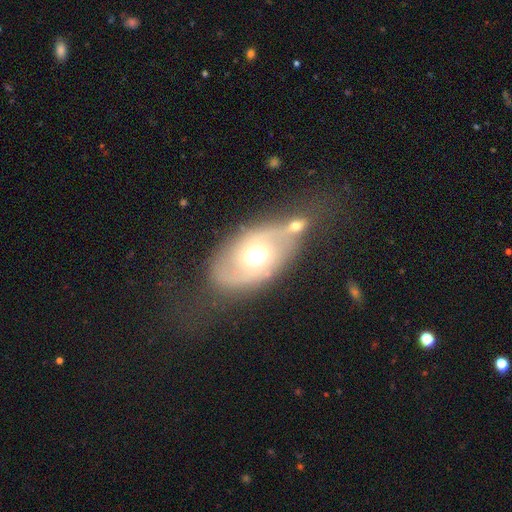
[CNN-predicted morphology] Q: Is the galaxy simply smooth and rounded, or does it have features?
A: featured or disk — 53%.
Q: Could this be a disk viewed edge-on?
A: no — 91%.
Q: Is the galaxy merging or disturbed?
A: none — 43%.